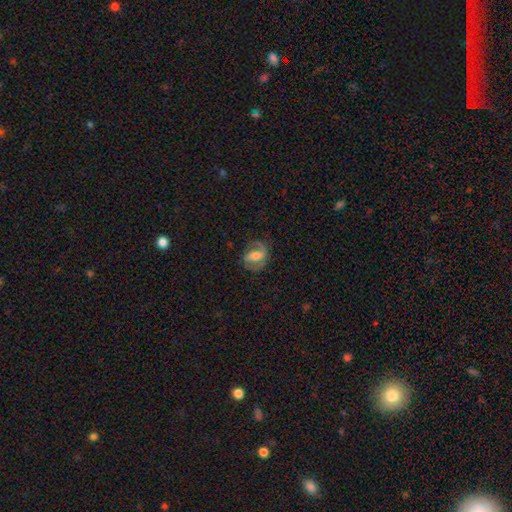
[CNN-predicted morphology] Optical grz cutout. It shows a featured or disk galaxy (66%) with a strong bar (40%), 2 (75%) medium (48%) spiral arms (83%) and a moderate central bulge (51%). Merging: none (67%).